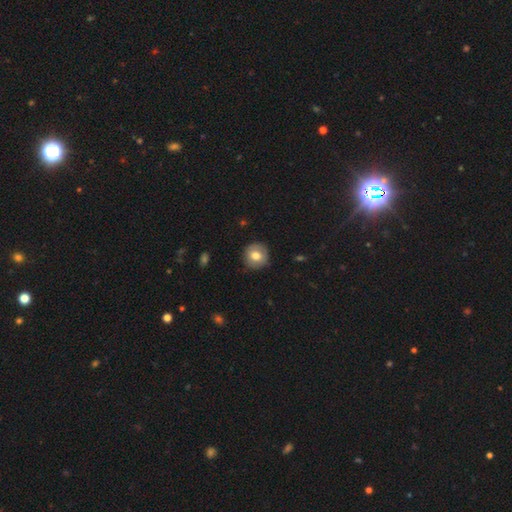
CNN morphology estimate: Q: Smooth or featured?
A: smooth (75%); runner-up: featured or disk (17%)
Q: How rounded?
A: round (91%); runner-up: in between (8%)
Q: Merging?
A: none (85%); runner-up: minor disturbance (11%)